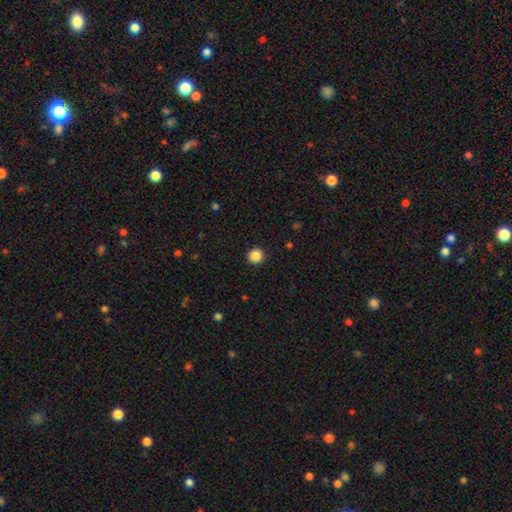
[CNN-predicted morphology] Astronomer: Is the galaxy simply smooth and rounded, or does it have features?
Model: smooth — 87%.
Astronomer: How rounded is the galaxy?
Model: round — 96%.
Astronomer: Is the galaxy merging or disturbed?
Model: none — 93%.